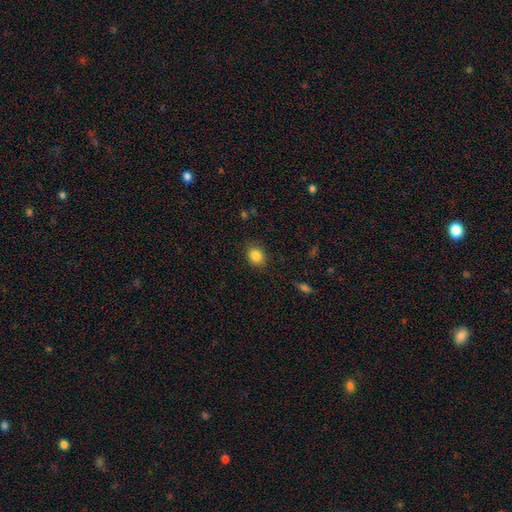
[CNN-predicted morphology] Smooth or featured: smooth — 85% (star or artifact — 10%)
How rounded: round — 58% (in between — 41%)
Merging: none — 85% (minor disturbance — 11%)